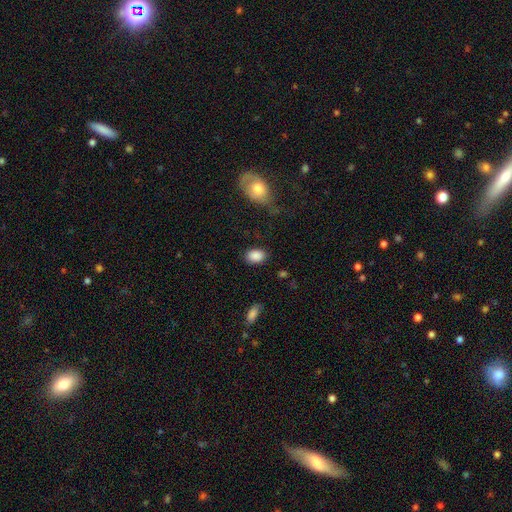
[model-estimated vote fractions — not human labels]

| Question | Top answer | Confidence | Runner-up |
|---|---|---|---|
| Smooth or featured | smooth | 88% | star or artifact (8%) |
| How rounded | in between | 80% | round (18%) |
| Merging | none | 84% | minor disturbance (11%) |